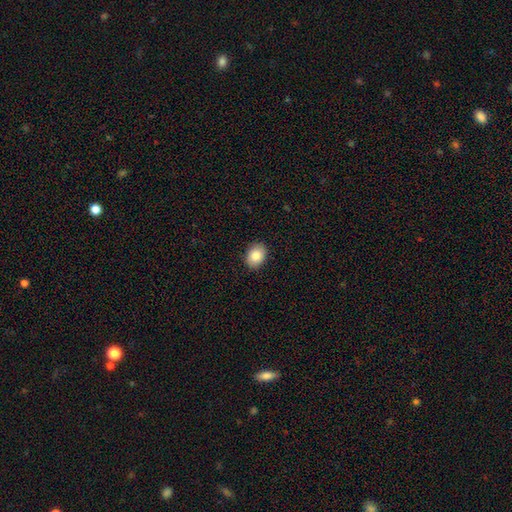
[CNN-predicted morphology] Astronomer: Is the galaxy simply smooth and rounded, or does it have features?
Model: smooth — 85%.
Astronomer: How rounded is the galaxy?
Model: in between — 66%.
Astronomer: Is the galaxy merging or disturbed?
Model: none — 89%.